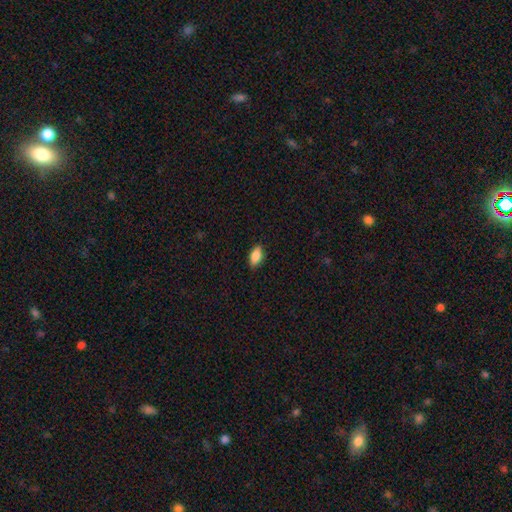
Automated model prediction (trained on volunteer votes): smooth 84%, featured or disk 9%, star or artifact 7%. Down the decision tree: how rounded — in between (89%); merging — none (87%).